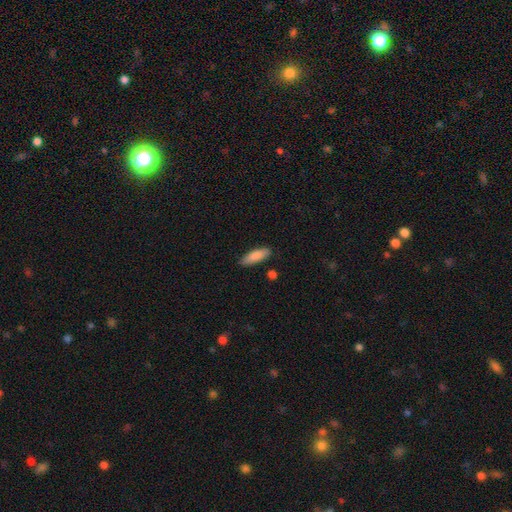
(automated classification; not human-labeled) Morphology: type=smooth (87%); roundness=in between (58%); merging=none (84%).